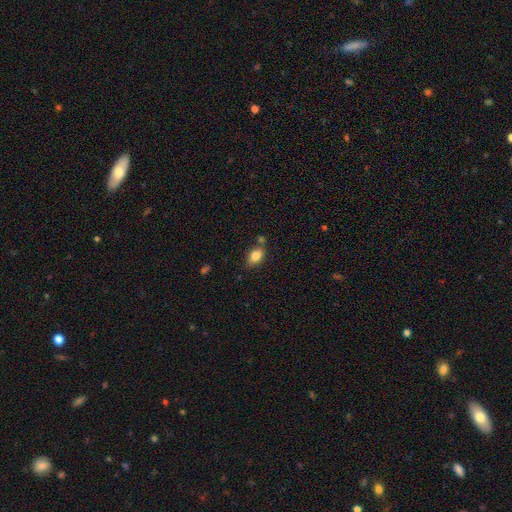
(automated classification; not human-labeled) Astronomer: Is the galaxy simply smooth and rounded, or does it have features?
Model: smooth — 83%.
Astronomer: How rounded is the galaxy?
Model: in between — 84%.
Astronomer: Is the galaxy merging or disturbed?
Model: none — 70%.